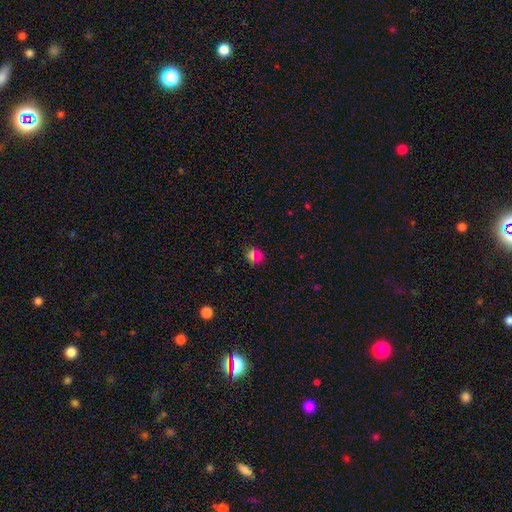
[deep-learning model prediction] Overall: smooth (69%). How rounded: round (71%). Merging: none (80%).